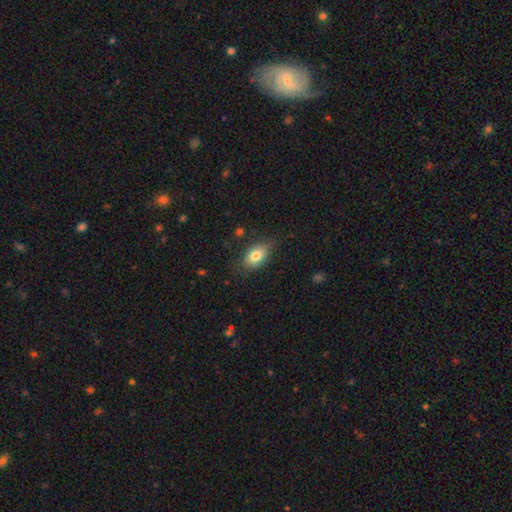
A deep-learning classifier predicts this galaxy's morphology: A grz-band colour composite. It shows a smooth galaxy with no disk features (81%) that is in between round and cigar-shaped (88%). Merging: none (79%).